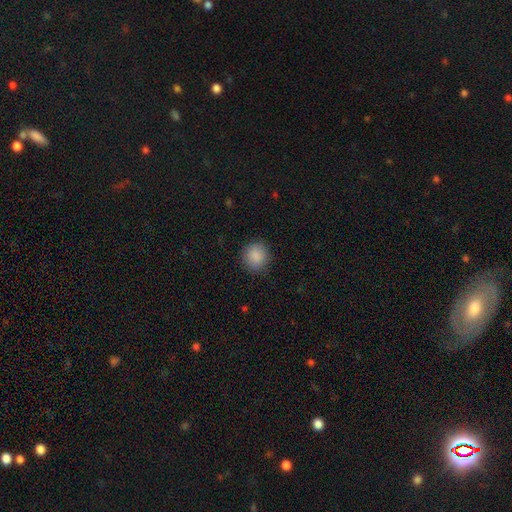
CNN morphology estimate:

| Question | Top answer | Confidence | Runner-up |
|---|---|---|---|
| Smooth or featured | smooth | 88% | star or artifact (8%) |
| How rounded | round | 88% | in between (12%) |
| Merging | none | 87% | minor disturbance (9%) |